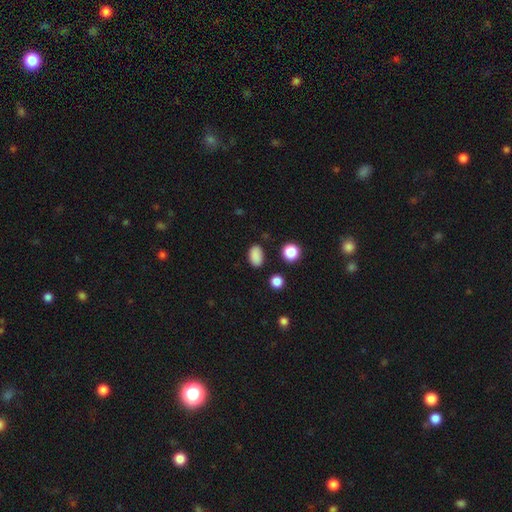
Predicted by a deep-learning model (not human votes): Overall: smooth (87%). How rounded: in between (87%). Merging: none (84%).